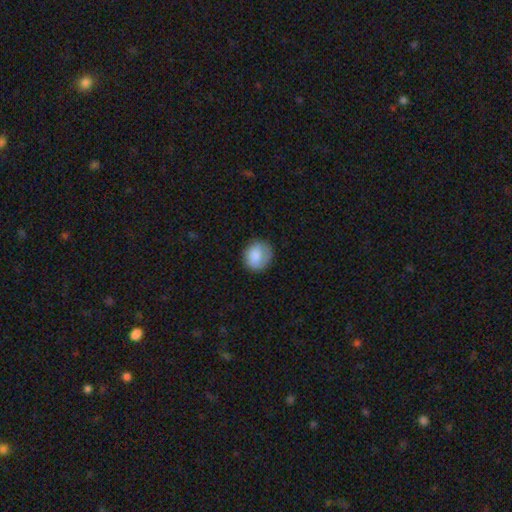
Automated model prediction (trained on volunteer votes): A smooth galaxy with no disk features (82%) that is round (78%). Merging: none (73%).